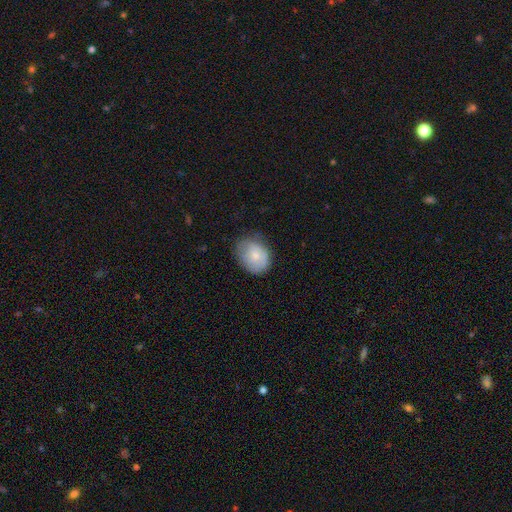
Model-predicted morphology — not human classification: smooth-or-featured: smooth: 72% | featured or disk: 21% | star or artifact: 7%
  how-rounded: in between: 54% | round: 45% | cigar-shaped: 1%
  merging: none: 61% | minor disturbance: 30% | major disturbance: 9% | merger: 1%